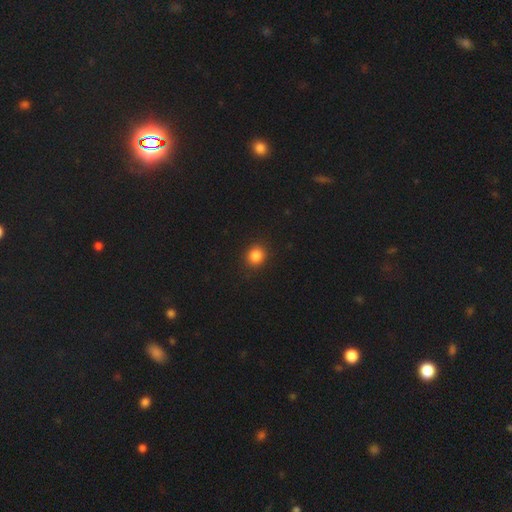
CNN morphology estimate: smooth 84%, star or artifact 11%, featured or disk 4%. Down the decision tree: how rounded — round (84%); merging — none (91%).